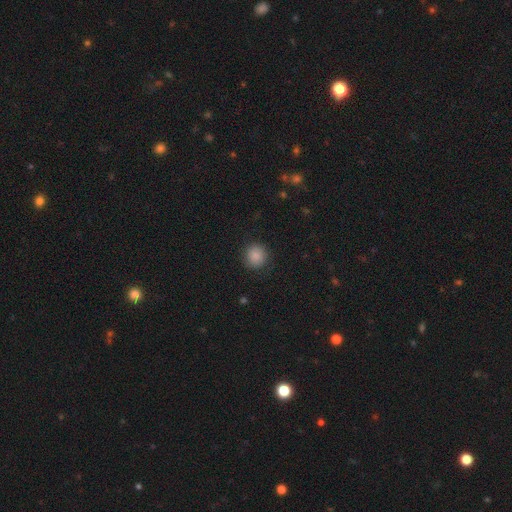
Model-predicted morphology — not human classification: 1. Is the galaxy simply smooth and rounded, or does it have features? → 87% smooth, 9% star or artifact, 4% featured or disk.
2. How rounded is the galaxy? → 91% round, 8% in between, 1% cigar-shaped.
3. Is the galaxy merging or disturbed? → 87% none, 9% minor disturbance, 3% major disturbance, 1% merger.